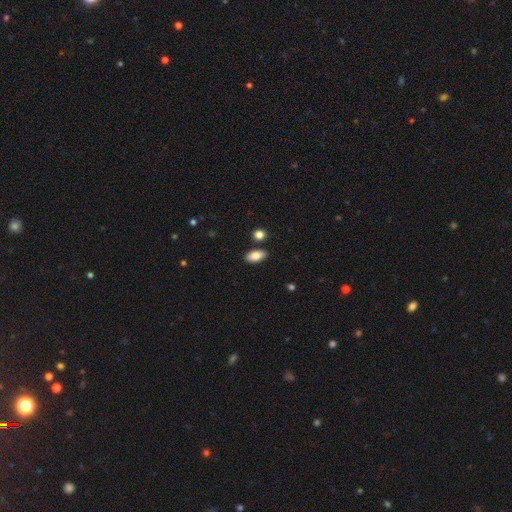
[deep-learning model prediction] Overall: smooth (85%). How rounded: in between (91%). Merging: none (83%).